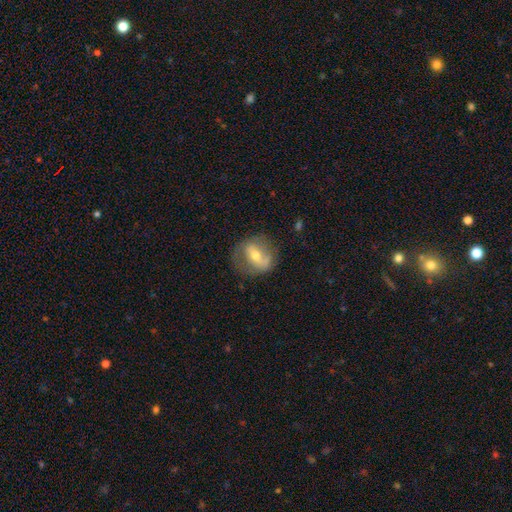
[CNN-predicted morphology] type=featured or disk (56%); edge-on=no (92%); bar=strong (40%); spiral arms=no (51%); bulge=moderate (67%); merging=none (69%).